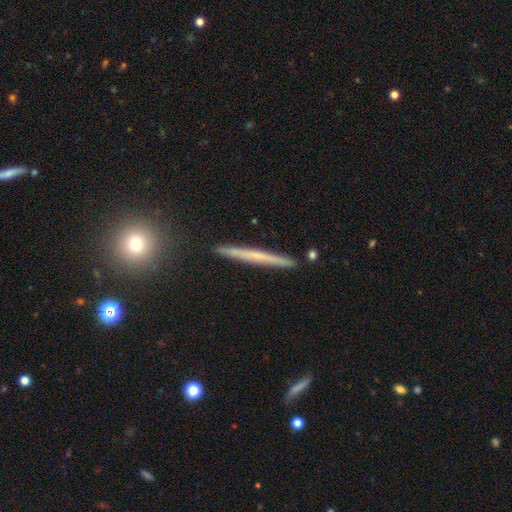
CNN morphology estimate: This is possibly a featured or disk galaxy (51%). It is clearly viewed edge-on (97%). Merging: clearly none (92%).